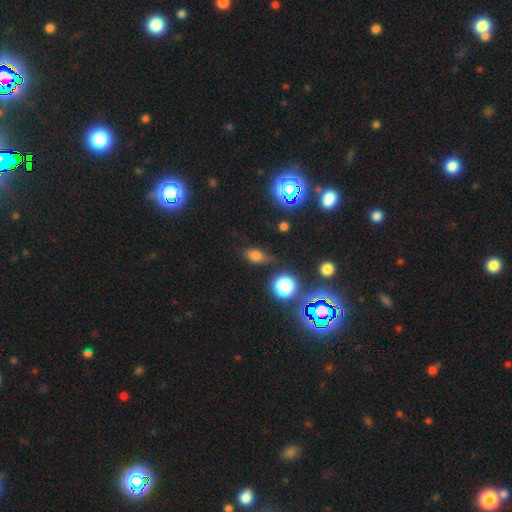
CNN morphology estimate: This appears to be a smooth galaxy with no disk features (64%) that is in between round and cigar-shaped (72%). Merging: none (66%).